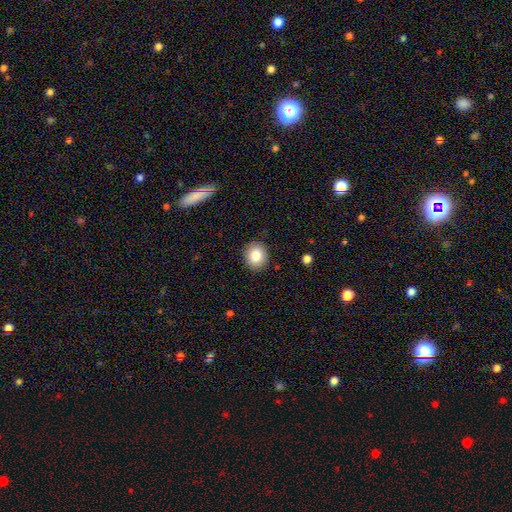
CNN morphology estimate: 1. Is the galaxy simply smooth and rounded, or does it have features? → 84% smooth, 8% star or artifact, 8% featured or disk.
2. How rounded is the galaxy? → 60% round, 39% in between, 1% cigar-shaped.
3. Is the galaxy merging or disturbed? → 89% none, 8% minor disturbance, 2% major disturbance, 1% merger.